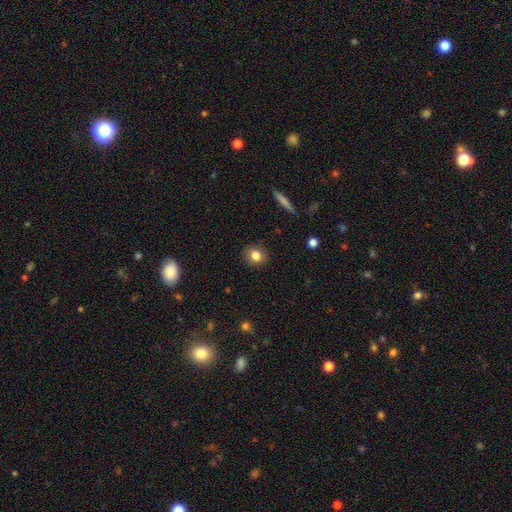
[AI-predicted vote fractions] Smooth or featured? Predicted: smooth (p=0.82). How rounded? Predicted: round (p=0.79). Merging? Predicted: none (p=0.89).